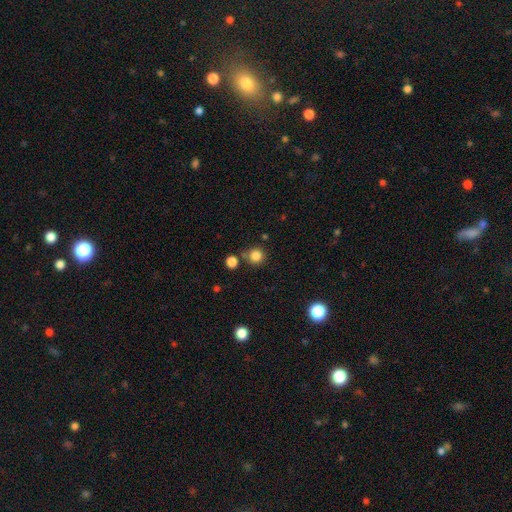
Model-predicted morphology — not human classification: Smooth or featured?
  - smooth: 83% *
  - star or artifact: 12%
  - featured or disk: 5%
How rounded?
  - round: 93% *
  - in between: 6%
  - cigar-shaped: 1%
Merging?
  - none: 75% *
  - merger: 12%
  - minor disturbance: 10%
  - major disturbance: 3%